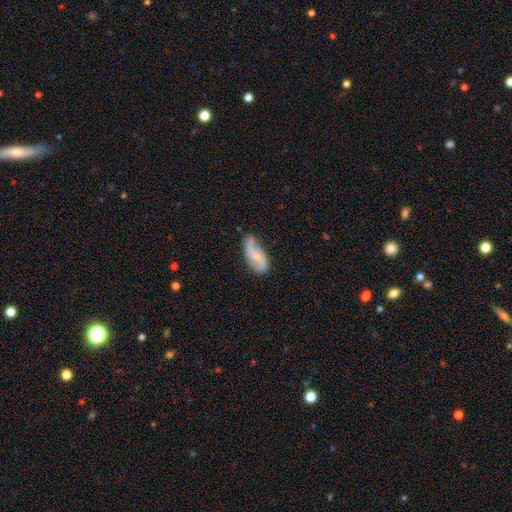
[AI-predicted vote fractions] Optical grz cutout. It shows a featured or disk galaxy (67%) with a weak bar (42%, tied with no), 2 (86%) loose (64%) spiral arms (91%) and a small central bulge (58%). Merging: none (54%).